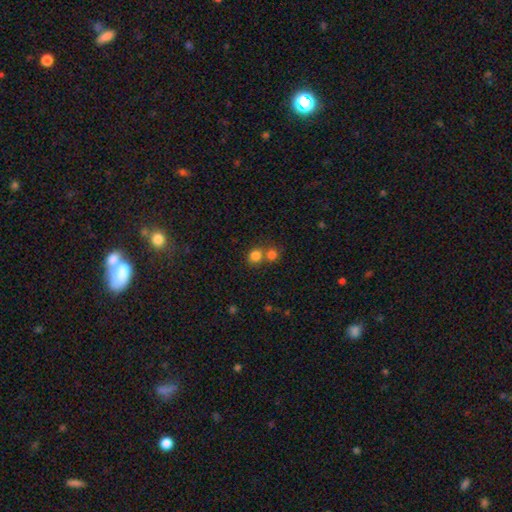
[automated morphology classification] Smooth or featured: smooth — 81% (star or artifact — 13%)
How rounded: round — 83% (in between — 16%)
Merging: none — 52% (merger — 40%)